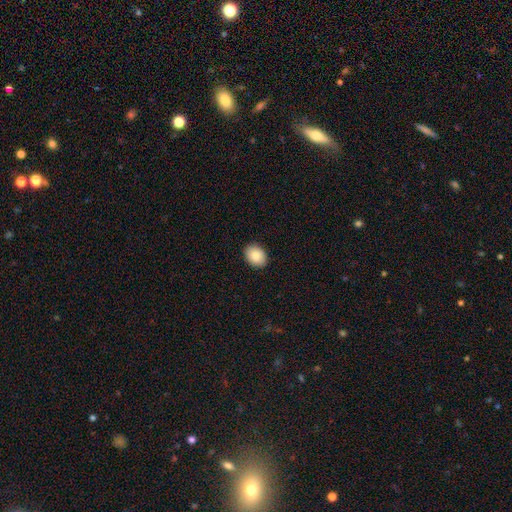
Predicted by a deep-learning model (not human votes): A smooth galaxy with no disk features (87%) that is in between round and cigar-shaped (68%). Merging: none (90%).